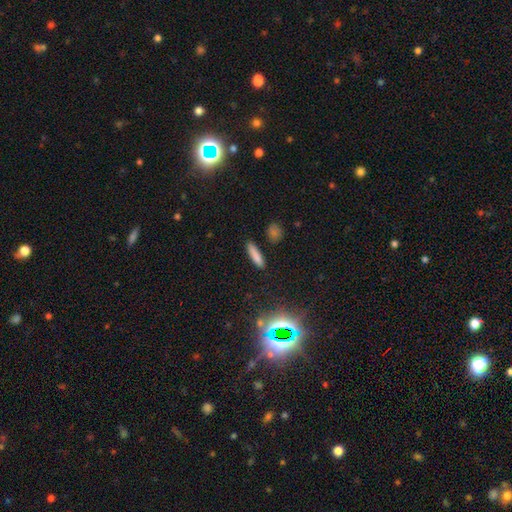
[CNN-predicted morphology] Smooth or featured?
  - smooth: 81% *
  - star or artifact: 11%
  - featured or disk: 8%
How rounded?
  - cigar-shaped: 75% *
  - in between: 23%
  - round: 3%
Merging?
  - none: 86% *
  - minor disturbance: 9%
  - merger: 3%
  - major disturbance: 2%